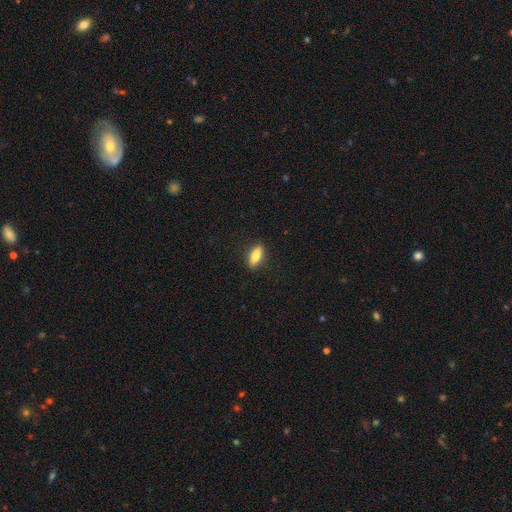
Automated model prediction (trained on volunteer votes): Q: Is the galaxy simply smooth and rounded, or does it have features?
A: smooth — 75%.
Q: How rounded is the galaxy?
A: in between — 63%.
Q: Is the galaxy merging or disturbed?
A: none — 88%.